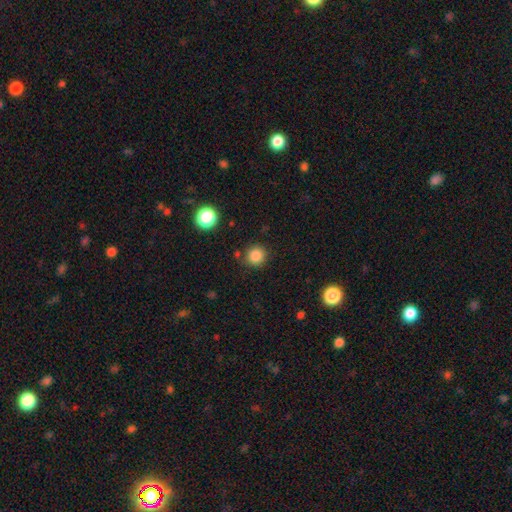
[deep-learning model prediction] A smooth galaxy with no disk features (85%) that is round (92%). Merging: none (85%).